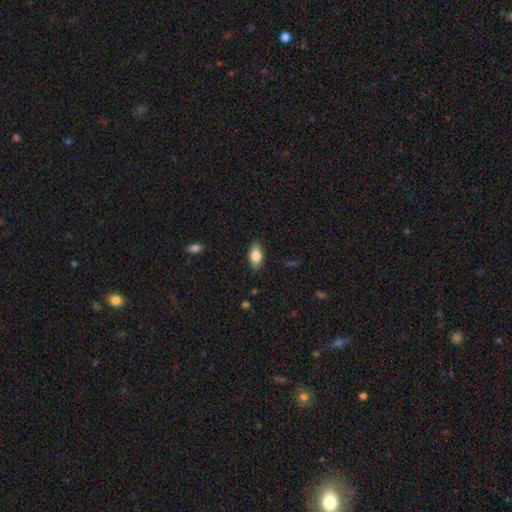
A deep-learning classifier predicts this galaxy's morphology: This is clearly a smooth galaxy (85%). How rounded: clearly in between (92%). Merging: clearly none (86%).